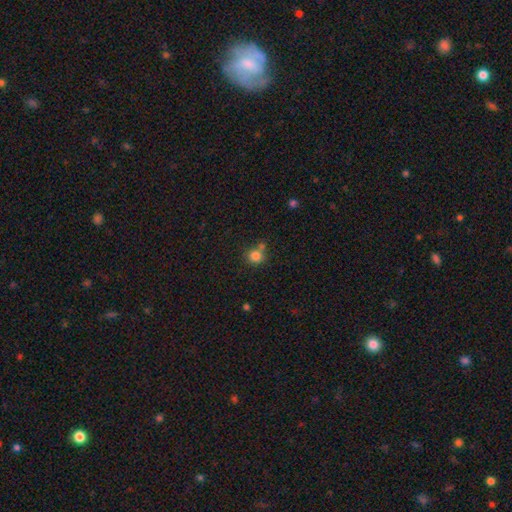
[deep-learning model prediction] Smooth or featured? Predicted: smooth (p=0.82). How rounded? Predicted: round (p=0.87). Merging? Predicted: none (p=0.63).